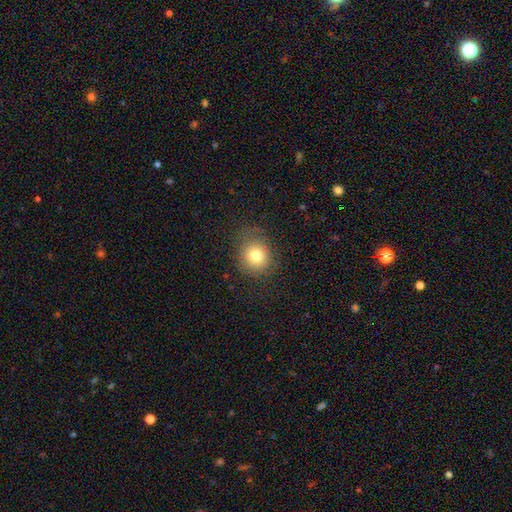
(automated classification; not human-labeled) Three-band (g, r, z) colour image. It shows a smooth galaxy with no disk features (77%) that is round (77%). Merging: none (77%).